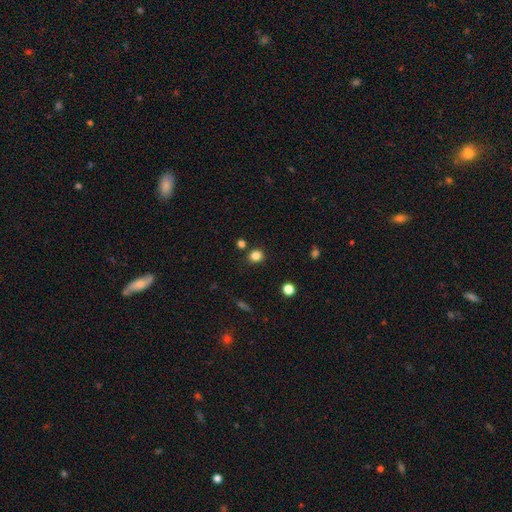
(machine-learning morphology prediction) This appears to be a smooth galaxy with no disk features (83%) that is round (80%). Merging: none (84%).